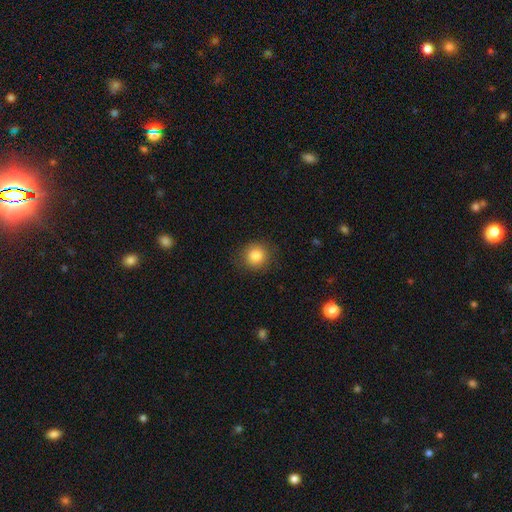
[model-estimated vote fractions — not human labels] Smooth or featured?
  - smooth: 84% *
  - star or artifact: 10%
  - featured or disk: 6%
How rounded?
  - round: 91% *
  - in between: 8%
  - cigar-shaped: 1%
Merging?
  - none: 88% *
  - minor disturbance: 8%
  - major disturbance: 3%
  - merger: 1%